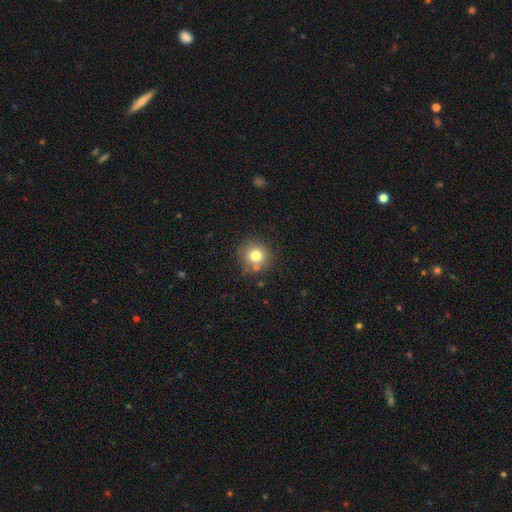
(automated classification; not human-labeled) Smooth or featured? Predicted: smooth (p=0.78). How rounded? Predicted: round (p=0.93). Merging? Predicted: none (p=0.79).